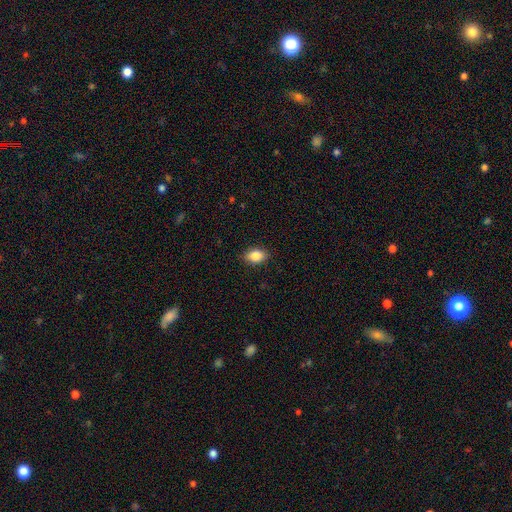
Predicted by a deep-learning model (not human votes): Smooth or featured: smooth — 85% (star or artifact — 8%)
How rounded: in between — 84% (round — 14%)
Merging: none — 87% (minor disturbance — 10%)